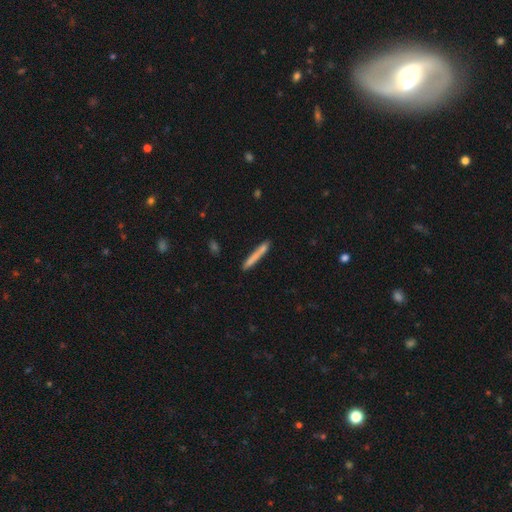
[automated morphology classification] A smooth galaxy with no disk features (73%) that is cigar-shaped (96%). Merging: none (85%).